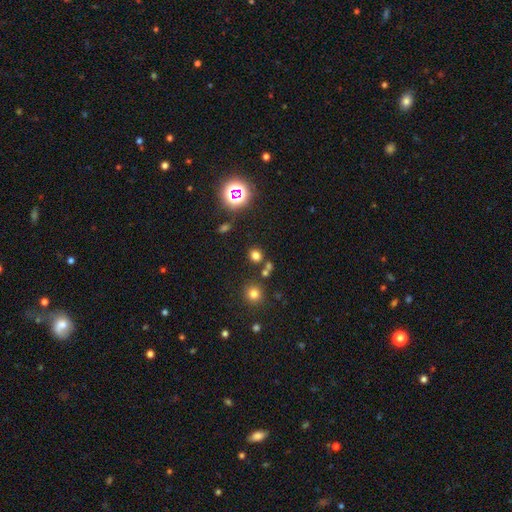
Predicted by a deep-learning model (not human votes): Smooth or featured? smooth (69%)
How rounded? round (76%)
Merging? none (76%)